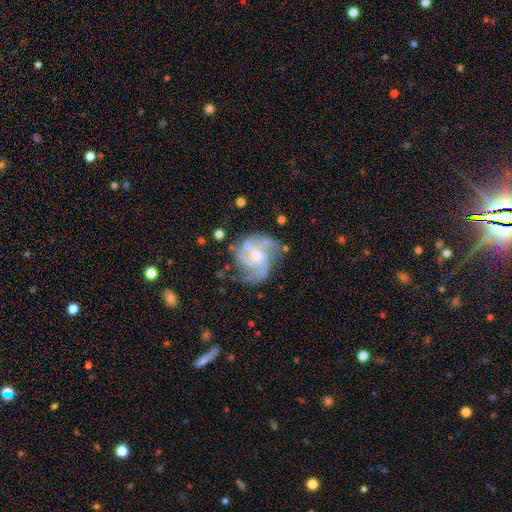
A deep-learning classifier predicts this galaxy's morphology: Smooth or featured? featured or disk (85%)
Edge-on disk? no (98%)
Bar? no (51%)
Spiral arms? yes (94%)
Spiral winding? medium (51%)
Spiral arm count? 3 (36%)
Bulge size? small (52%)
Merging? none (54%)